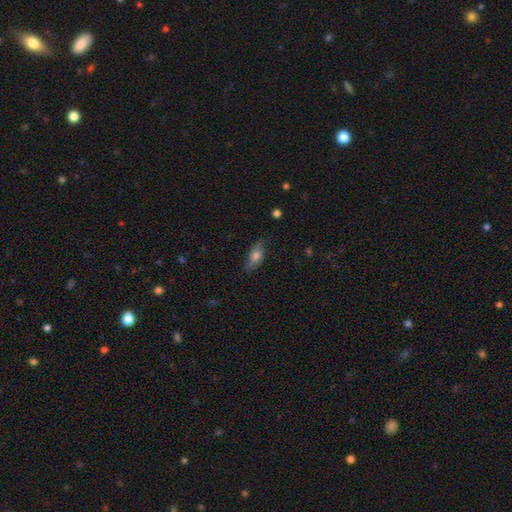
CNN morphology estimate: type=smooth (64%); roundness=in between (81%); merging=none (69%).